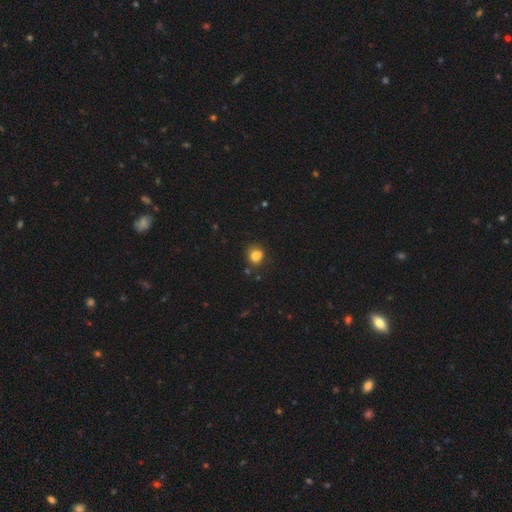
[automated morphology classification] Overall: smooth (79%). How rounded: round (68%; in between 31%). Merging: none (60%).